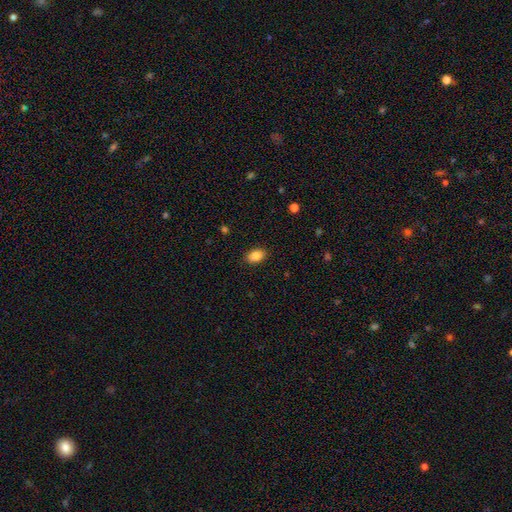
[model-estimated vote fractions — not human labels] This is clearly a smooth galaxy (87%). How rounded: clearly in between (87%). Merging: clearly none (89%).